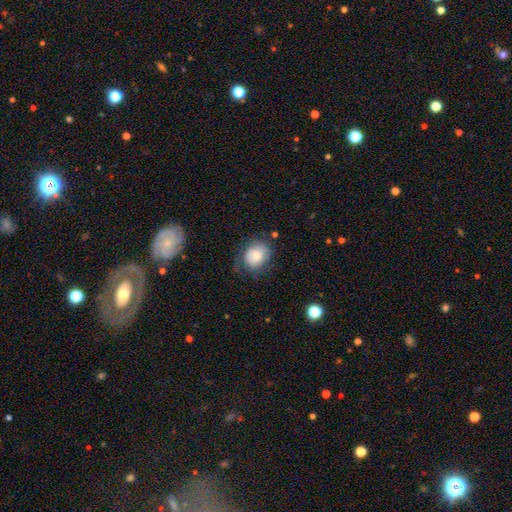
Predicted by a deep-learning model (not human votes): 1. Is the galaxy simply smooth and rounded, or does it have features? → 72% smooth, 20% featured or disk, 8% star or artifact.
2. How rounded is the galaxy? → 60% round, 39% in between, 1% cigar-shaped.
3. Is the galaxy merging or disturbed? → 56% none, 28% minor disturbance, 14% major disturbance, 2% merger.